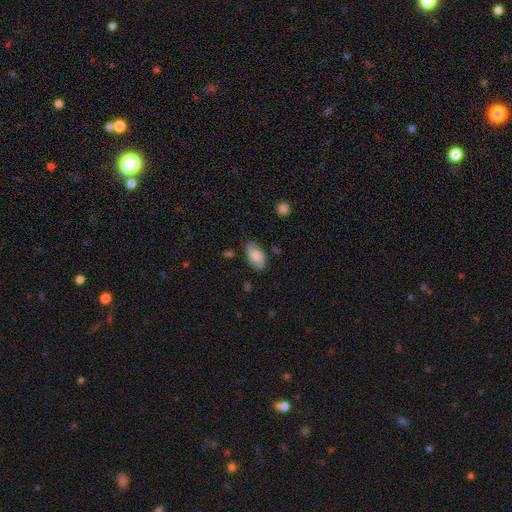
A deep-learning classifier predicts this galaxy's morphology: The model was most divided on "smooth or featured": smooth: 71%, featured or disk: 22%, star or artifact: 7%. More confident: how rounded — in between (93%); merging — none (76%).